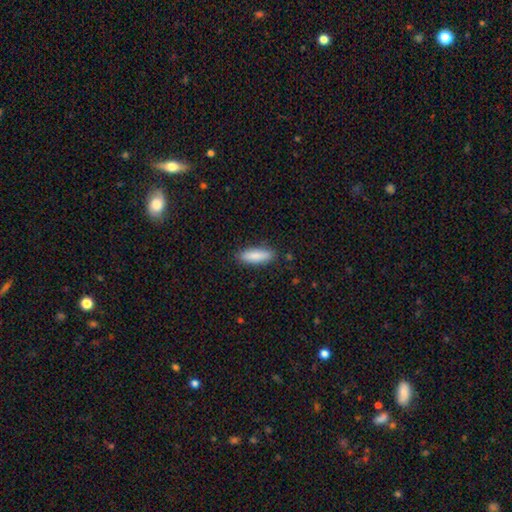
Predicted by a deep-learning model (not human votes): smooth-or-featured: smooth: 85% | featured or disk: 9% | star or artifact: 6%
  how-rounded: cigar-shaped: 50% | in between: 48% | round: 2%
  merging: none: 87% | minor disturbance: 10% | major disturbance: 2% | merger: 1%